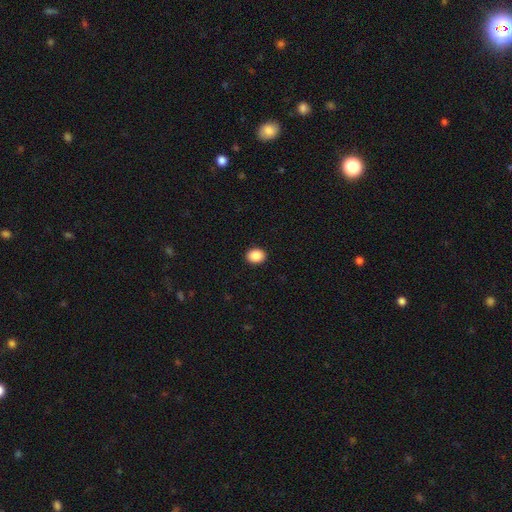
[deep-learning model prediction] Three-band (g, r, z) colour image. It shows a smooth galaxy with no disk features (89%) that is in between round and cigar-shaped (56%). Merging: none (92%).